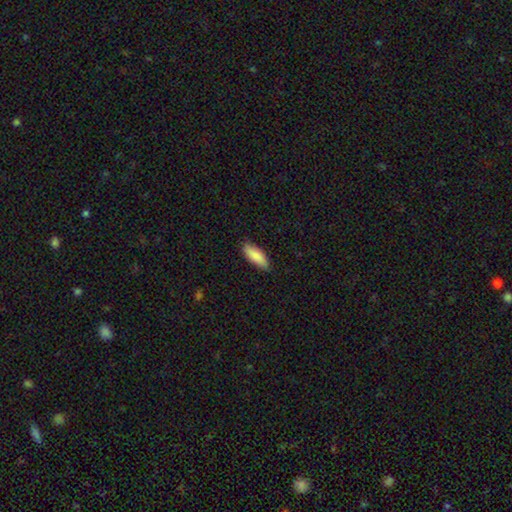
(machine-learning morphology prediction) Q: Smooth or featured?
A: smooth (86%); runner-up: featured or disk (8%)
Q: How rounded?
A: in between (66%); runner-up: cigar-shaped (33%)
Q: Merging?
A: none (84%); runner-up: minor disturbance (13%)